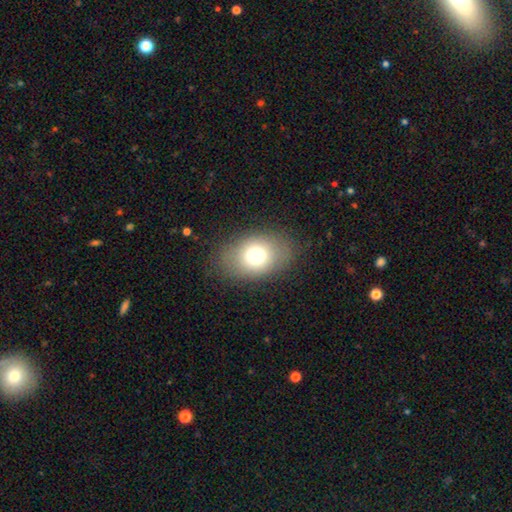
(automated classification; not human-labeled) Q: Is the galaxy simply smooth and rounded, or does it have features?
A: smooth — 76%.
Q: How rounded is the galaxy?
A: in between — 77%.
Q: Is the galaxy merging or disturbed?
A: none — 82%.